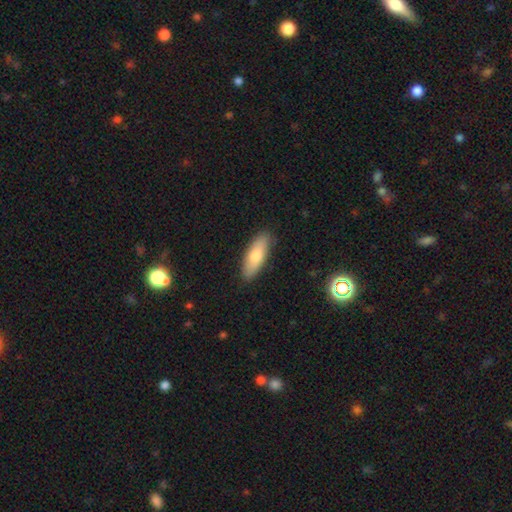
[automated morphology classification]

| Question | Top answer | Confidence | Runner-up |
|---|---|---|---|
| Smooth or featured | smooth | 72% | featured or disk (21%) |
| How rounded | in between | 63% | cigar-shaped (35%) |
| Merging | none | 88% | minor disturbance (9%) |